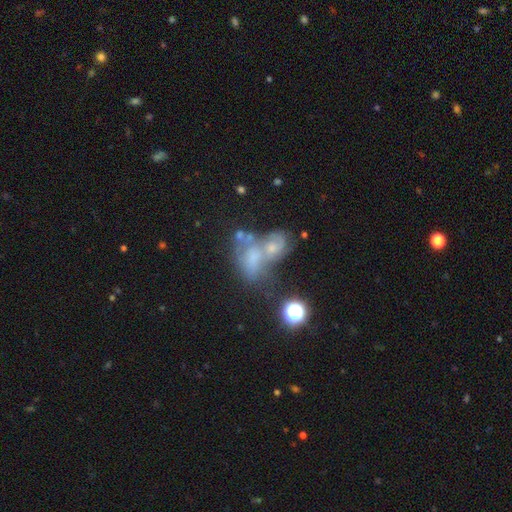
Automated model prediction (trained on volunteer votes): This is marginally a featured or disk galaxy (42%). Merging: possibly merger (59%).